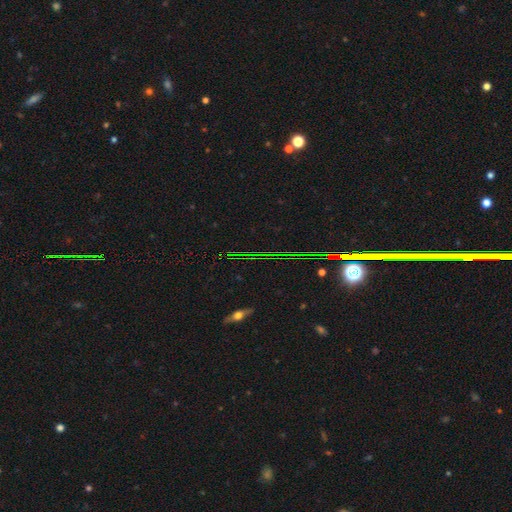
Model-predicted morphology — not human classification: This is likely a star or artifact rather than a galaxy (80%).